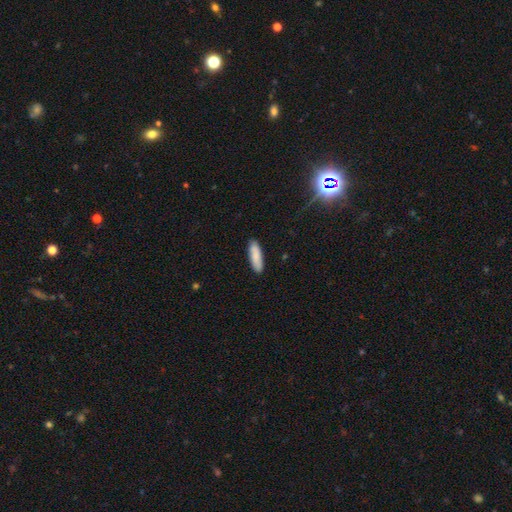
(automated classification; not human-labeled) A smooth galaxy with no disk features (86%) that is cigar-shaped (56%). Merging: none (88%).